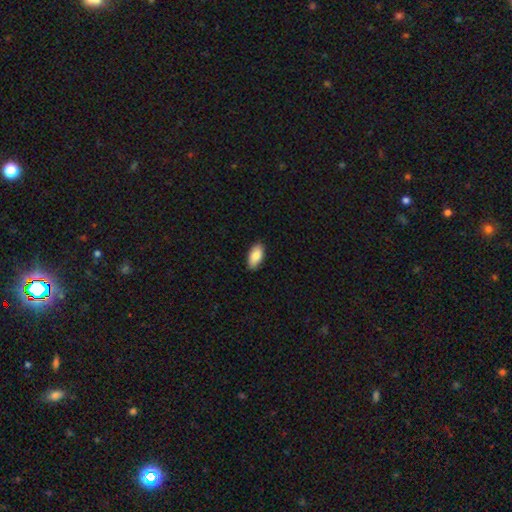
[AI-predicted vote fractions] This appears to be a smooth galaxy with no disk features (87%) that is in between round and cigar-shaped (93%). Merging: none (88%).